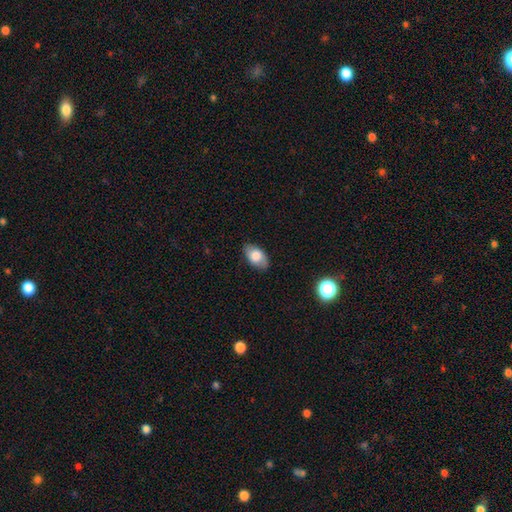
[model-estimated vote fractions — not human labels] smooth_or_featured: smooth (p=0.78) [alt: featured or disk p=0.15]
how_rounded: in between (p=0.91) [alt: round p=0.07]
merging: none (p=0.83) [alt: minor disturbance p=0.14]